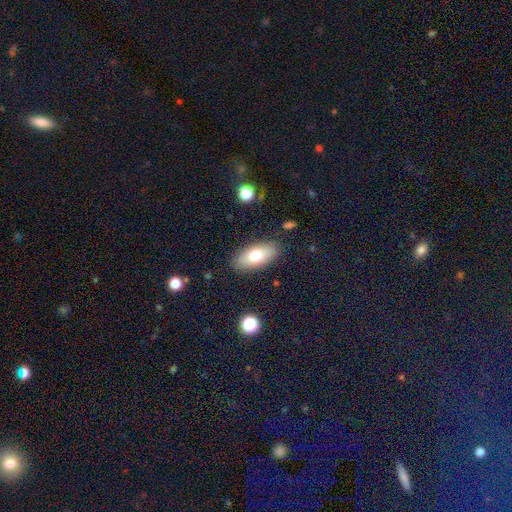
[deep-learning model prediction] smooth-or-featured: smooth: 70% | featured or disk: 22% | star or artifact: 7%
  how-rounded: in between: 88% | cigar-shaped: 8% | round: 4%
  merging: none: 87% | minor disturbance: 9% | major disturbance: 3% | merger: 1%